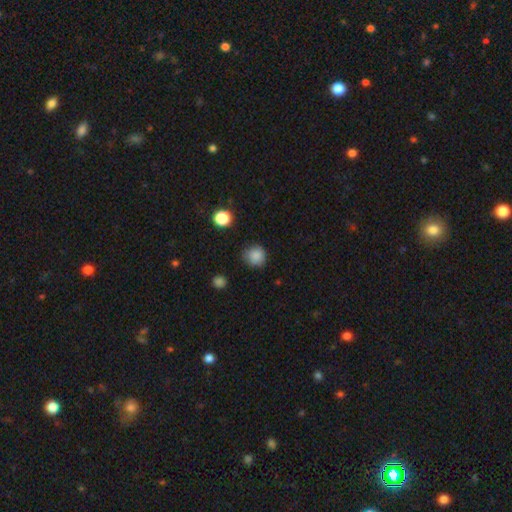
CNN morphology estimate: Smooth or featured?
  - smooth: 85% *
  - star or artifact: 11%
  - featured or disk: 4%
How rounded?
  - round: 92% *
  - in between: 7%
  - cigar-shaped: 1%
Merging?
  - none: 80% *
  - minor disturbance: 15%
  - major disturbance: 3%
  - merger: 2%